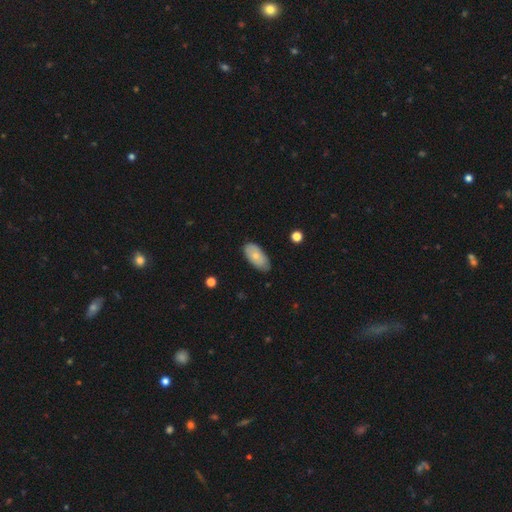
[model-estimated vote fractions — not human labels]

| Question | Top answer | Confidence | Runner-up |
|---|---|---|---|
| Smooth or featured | smooth | 70% | featured or disk (23%) |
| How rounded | in between | 93% | cigar-shaped (4%) |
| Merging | none | 76% | minor disturbance (20%) |